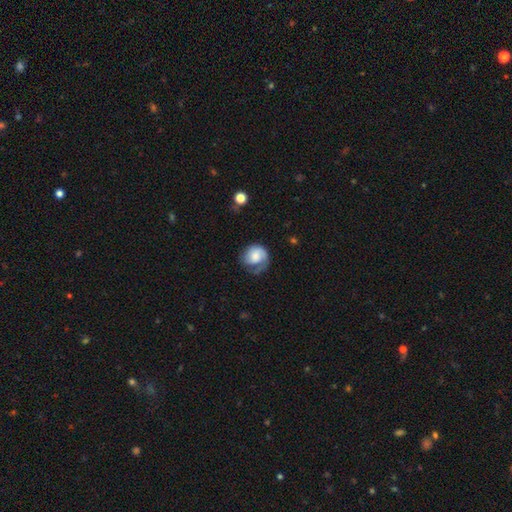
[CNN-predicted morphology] Smooth or featured? smooth (49%)
Merging? none (45%)